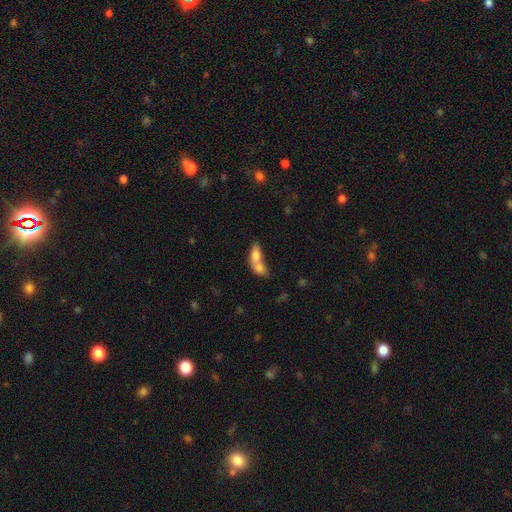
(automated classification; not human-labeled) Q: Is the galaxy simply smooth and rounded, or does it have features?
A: smooth — 74%.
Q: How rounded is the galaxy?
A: in between — 78%.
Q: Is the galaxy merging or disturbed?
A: merger — 74%.